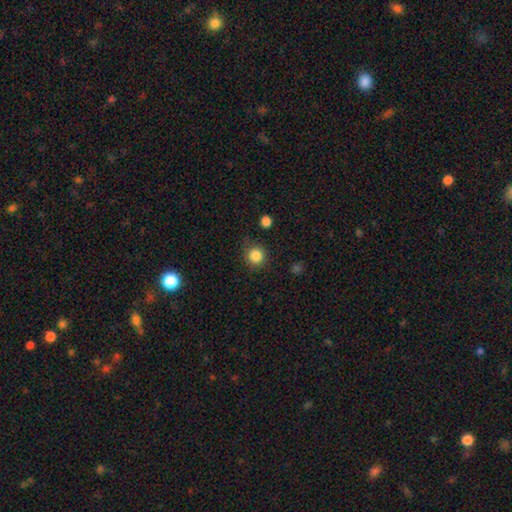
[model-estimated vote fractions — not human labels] Morphology: type=smooth (85%); roundness=round (93%); merging=none (83%).